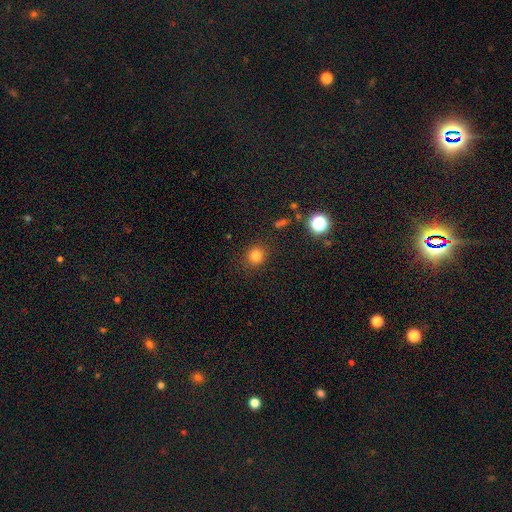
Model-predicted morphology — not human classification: smooth 80%, star or artifact 15%, featured or disk 6%. Down the decision tree: how rounded — round (86%); merging — none (87%).